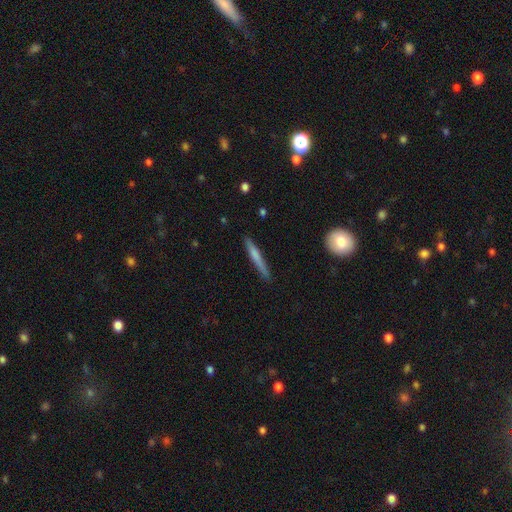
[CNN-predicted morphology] A smooth galaxy with no disk features (61%) that is cigar-shaped (95%).

Vote fractions:
- Smooth or featured? smooth: 61% / featured or disk: 33% / star or artifact: 6%
- How rounded? cigar-shaped: 95% / in between: 3% / round: 2%
- Merging? none: 83% / minor disturbance: 13% / major disturbance: 2% / merger: 2%